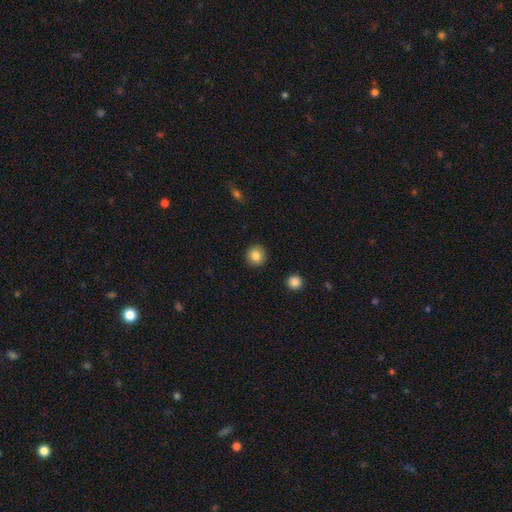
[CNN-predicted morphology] Smooth or featured: smooth — 85% (star or artifact — 9%)
How rounded: round — 92% (in between — 7%)
Merging: none — 92% (minor disturbance — 5%)